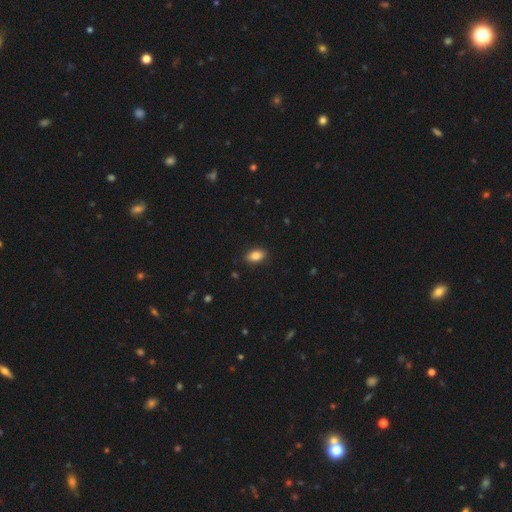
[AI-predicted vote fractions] A smooth galaxy with no disk features (86%) that is in between round and cigar-shaped (90%). Merging: none (89%).